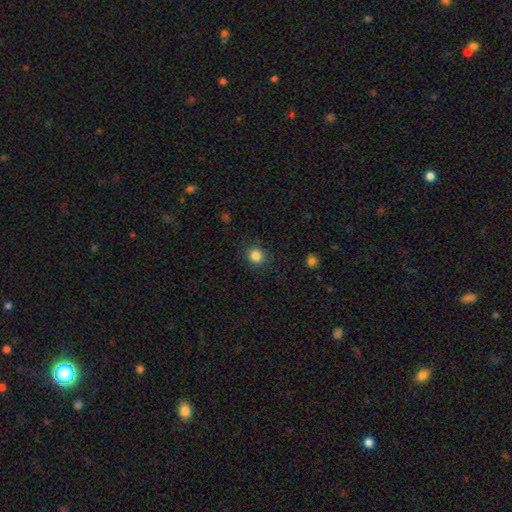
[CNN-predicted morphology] This appears to be a smooth galaxy with no disk features (85%) that is round (87%). Merging: none (88%).